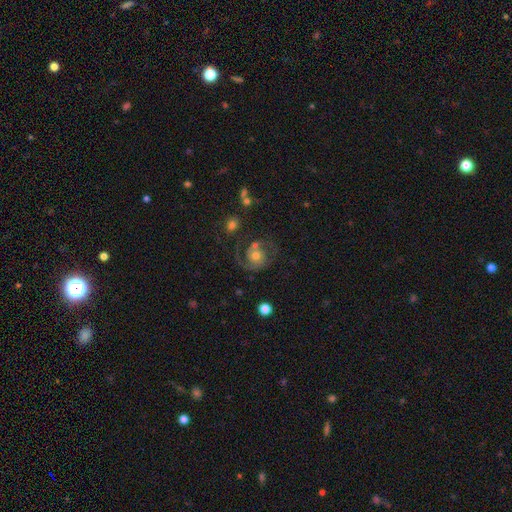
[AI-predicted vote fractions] Overall: featured or disk (81%). Edge-on disk: no (98%). Bar: no (77%). Spiral arms: yes (95%). Spiral arm count: 2 (80%). Spiral winding: medium (49%; tight 33%). Bulge size: moderate (65%; small 25%). Merging: none (60%).